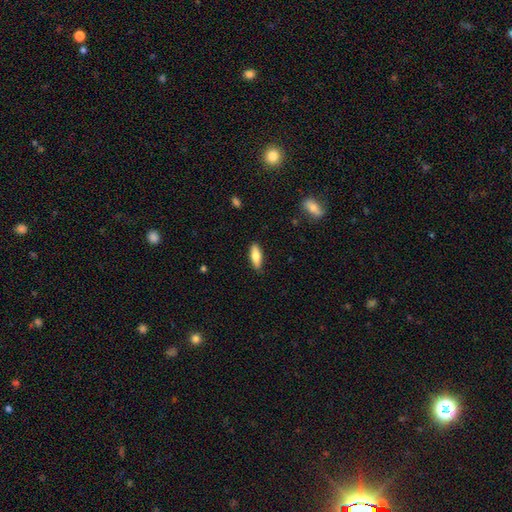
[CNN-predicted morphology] This is likely a smooth galaxy (74%). How rounded: likely in between (62%). Merging: clearly none (87%).